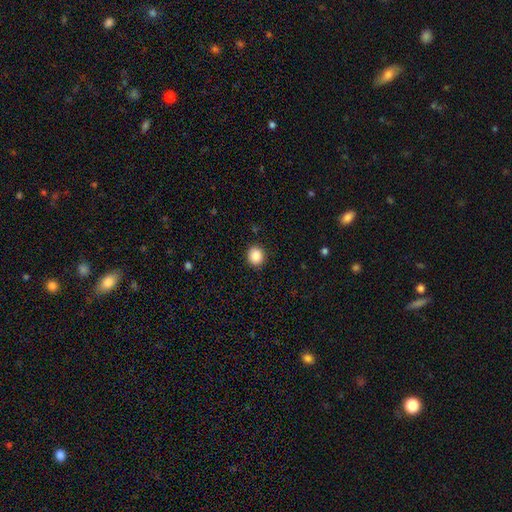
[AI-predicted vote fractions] Morphology: type=smooth (87%); roundness=round (79%); merging=none (90%).